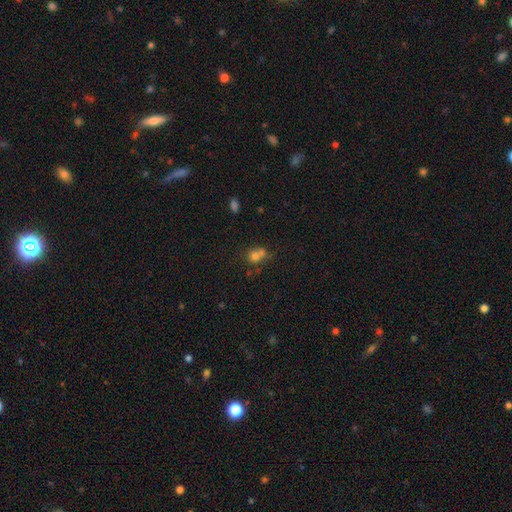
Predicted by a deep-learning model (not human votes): Morphology: type=smooth (72%); roundness=round (77%); merging=merger (53%).